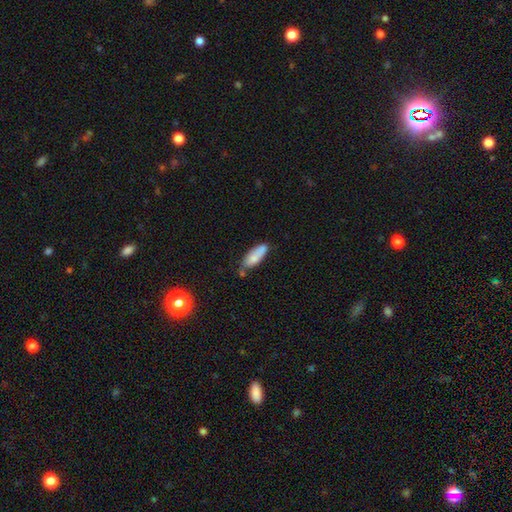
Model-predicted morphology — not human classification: Smooth or featured? Predicted: smooth (p=0.79). How rounded? Predicted: in between (p=0.60). Merging? Predicted: none (p=0.56).